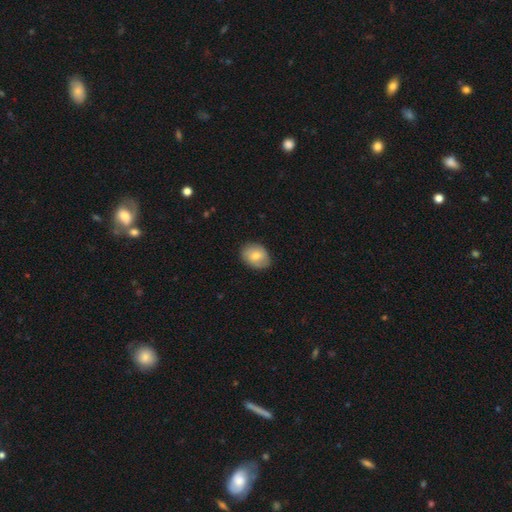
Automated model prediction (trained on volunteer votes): Smooth or featured? smooth (74%)
How rounded? in between (71%)
Merging? none (83%)